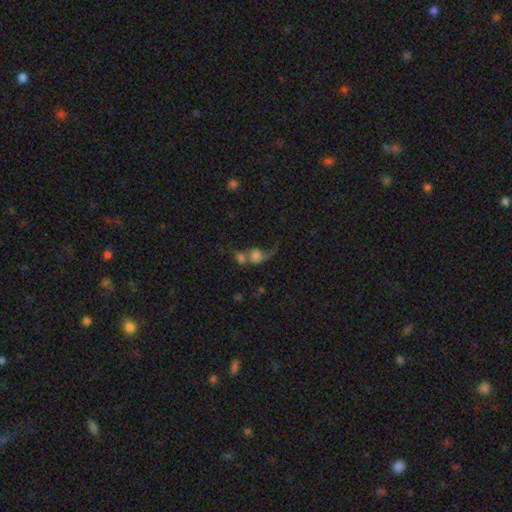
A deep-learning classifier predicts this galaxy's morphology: smooth_or_featured: smooth (p=0.59) [alt: featured or disk p=0.27]
how_rounded: round (p=0.55) [alt: in between p=0.42]
merging: merger (p=0.63) [alt: major disturbance p=0.17]